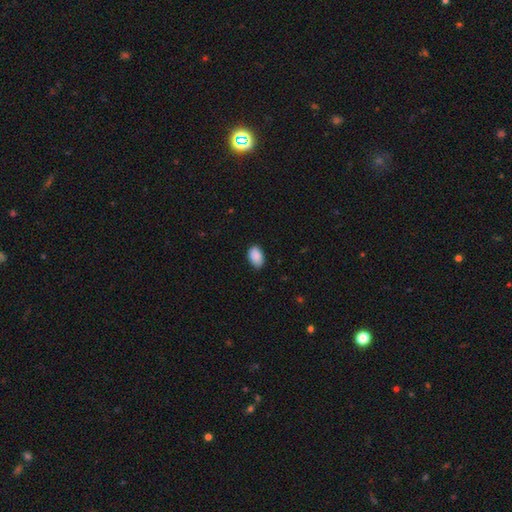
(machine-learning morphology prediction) This is clearly a smooth galaxy (90%). How rounded: clearly in between (92%). Merging: clearly none (80%).